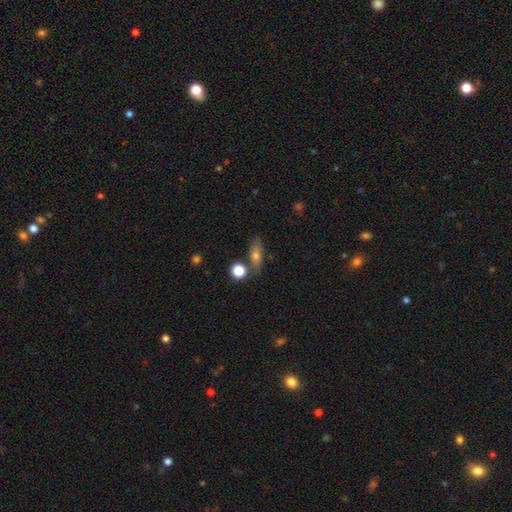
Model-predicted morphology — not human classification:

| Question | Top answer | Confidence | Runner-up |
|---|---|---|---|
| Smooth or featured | smooth | 67% | featured or disk (22%) |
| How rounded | in between | 56% | cigar-shaped (34%) |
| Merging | none | 73% | minor disturbance (13%) |